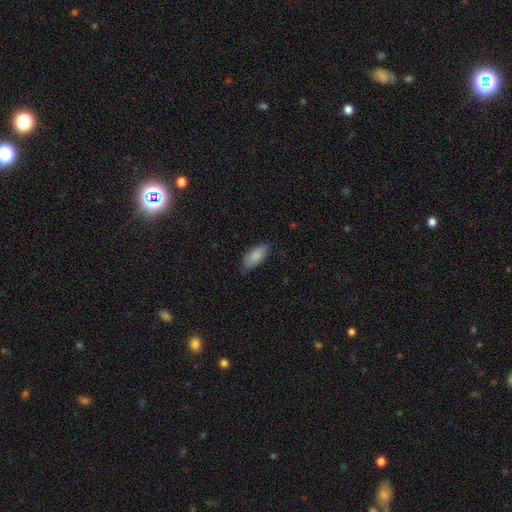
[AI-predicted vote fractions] Q: Smooth or featured?
A: smooth (86%); runner-up: featured or disk (8%)
Q: How rounded?
A: in between (88%); runner-up: cigar-shaped (11%)
Q: Merging?
A: none (72%); runner-up: minor disturbance (23%)